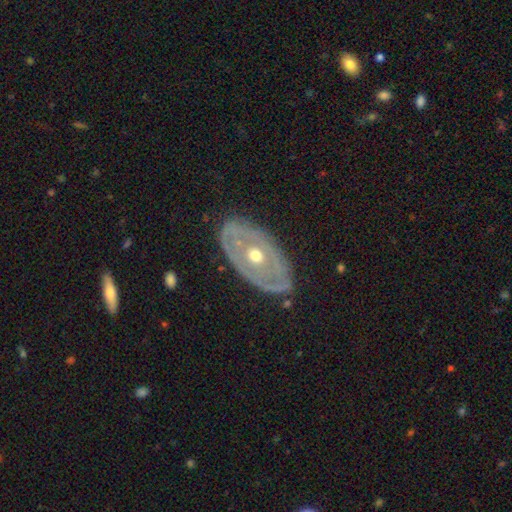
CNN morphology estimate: Overall: featured or disk (76%). Edge-on disk: no (91%). Bar: no (90%). Spiral arms: no (67%; yes 33%). Bulge size: moderate (73%). Merging: none (79%).